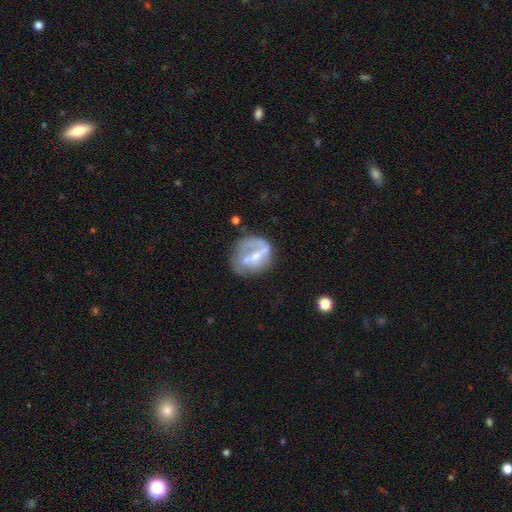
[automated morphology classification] This appears to be a featured or disk galaxy (57%) with no bar (42%), no spiral arms (66%) and a small central bulge (40%). Merging: none (43%).